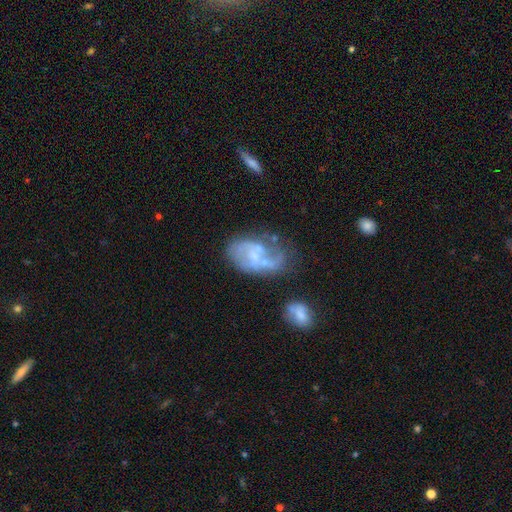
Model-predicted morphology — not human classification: smooth_or_featured: featured or disk (p=0.69) [alt: smooth p=0.22]
disk_edge_on: no (p=0.97) [alt: yes p=0.03]
bar: no (p=0.64) [alt: weak p=0.30]
has_spiral_arms: yes (p=0.60) [alt: no p=0.40]
bulge_size: small (p=0.52) [alt: moderate p=0.23]
merging: none (p=0.37) [alt: minor disturbance p=0.23]